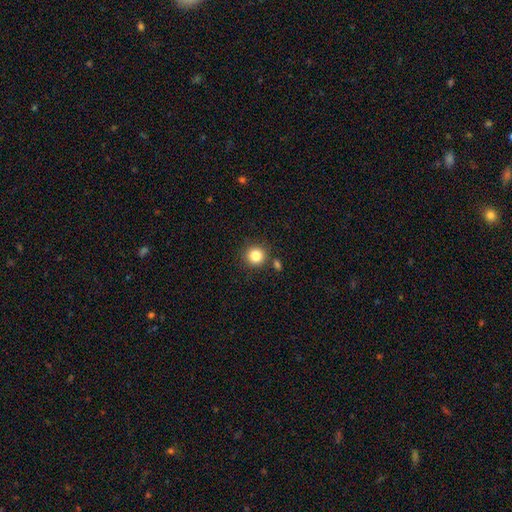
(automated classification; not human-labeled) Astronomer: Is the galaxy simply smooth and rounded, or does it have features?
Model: smooth — 84%.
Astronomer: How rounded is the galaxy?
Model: round — 92%.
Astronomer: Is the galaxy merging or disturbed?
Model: none — 82%.